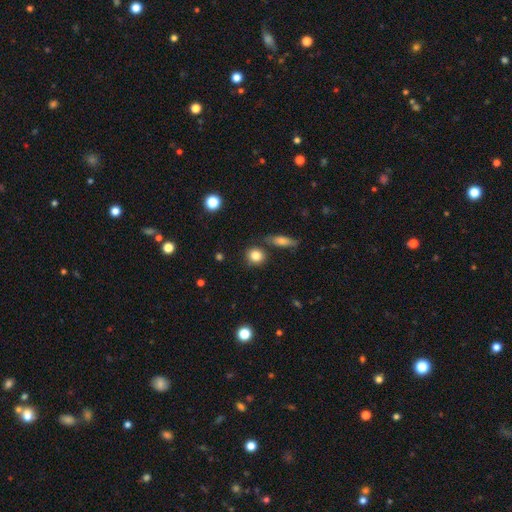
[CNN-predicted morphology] Smooth or featured? Predicted: smooth (p=0.83). How rounded? Predicted: round (p=0.83). Merging? Predicted: none (p=0.80).